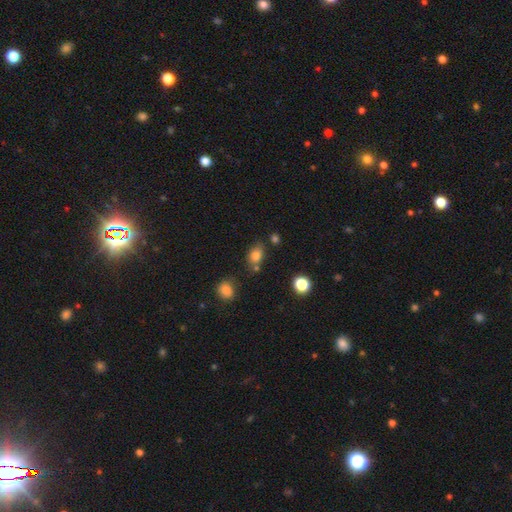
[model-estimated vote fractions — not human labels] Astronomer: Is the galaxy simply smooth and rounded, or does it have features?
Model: smooth — 80%.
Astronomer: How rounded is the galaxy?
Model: in between — 66%.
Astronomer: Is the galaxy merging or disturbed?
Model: none — 64%.